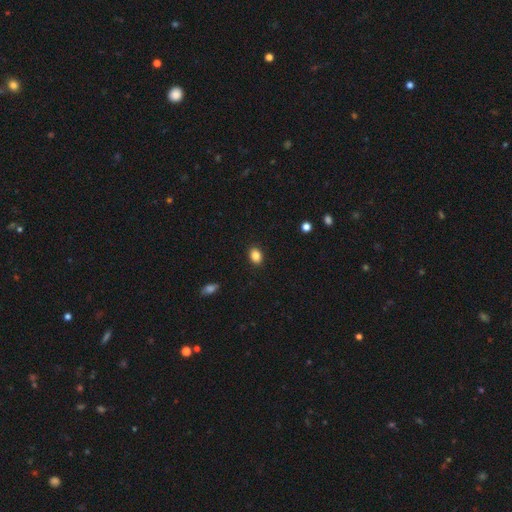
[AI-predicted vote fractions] This is clearly a smooth galaxy (86%). How rounded: likely in between (70%). Merging: clearly none (90%).